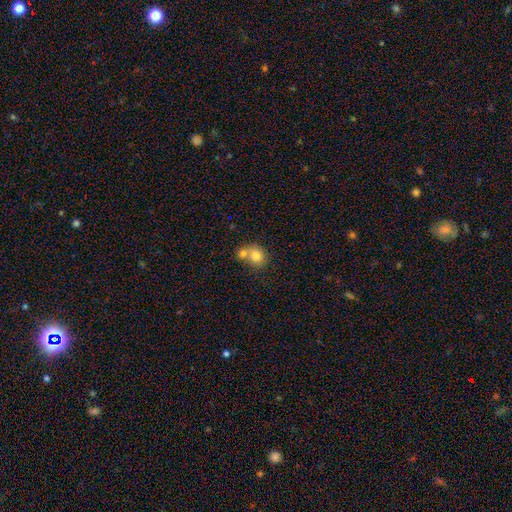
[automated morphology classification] A smooth galaxy with no disk features (78%) that is round (74%).

Vote fractions:
- Smooth or featured? smooth: 78% / featured or disk: 12% / star or artifact: 10%
- How rounded? round: 74% / in between: 25% / cigar-shaped: 1%
- Merging? merger: 49% / none: 40% / minor disturbance: 8% / major disturbance: 3%